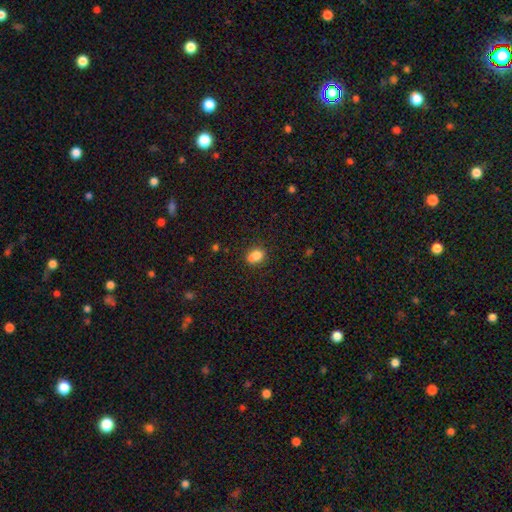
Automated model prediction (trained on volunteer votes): Morphology: type=smooth (79%); roundness=in between (62%); merging=none (50%).